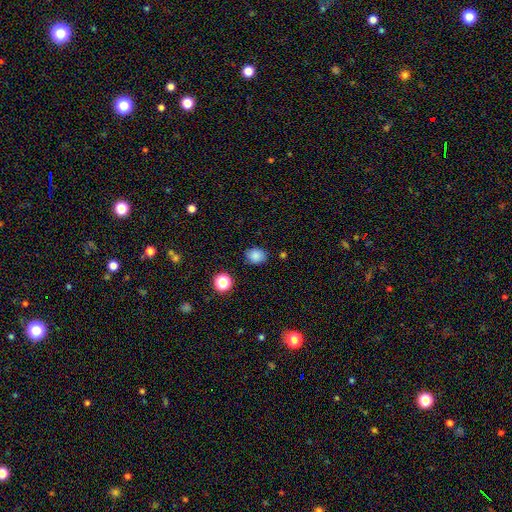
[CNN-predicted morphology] Overall: smooth (84%). How rounded: round (55%; in between 44%). Merging: none (83%).